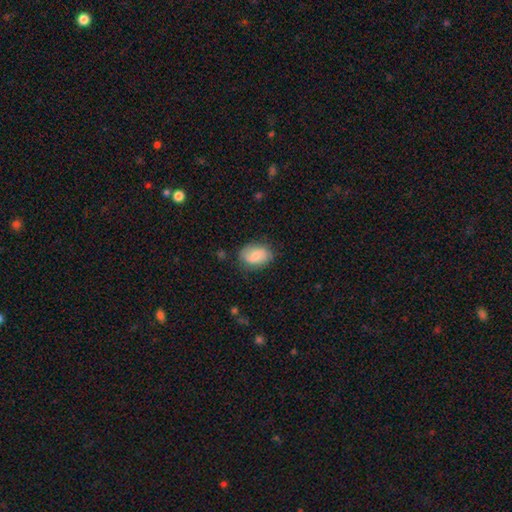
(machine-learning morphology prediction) The model was most divided on "smooth or featured": smooth: 74%, featured or disk: 19%, star or artifact: 7%. More confident: how rounded — in between (78%); merging — none (75%).